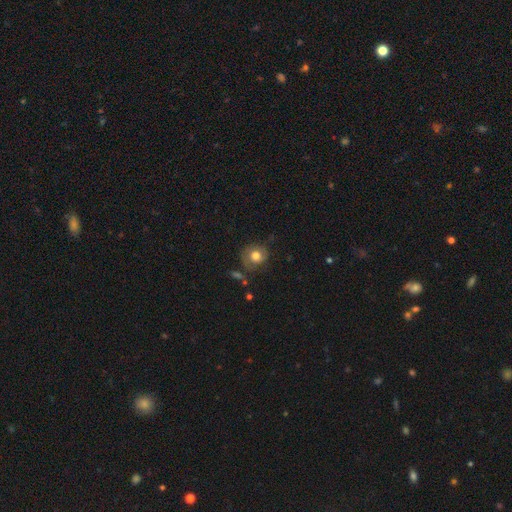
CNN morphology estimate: Smooth or featured? smooth (72%)
How rounded? round (81%)
Merging? none (64%)